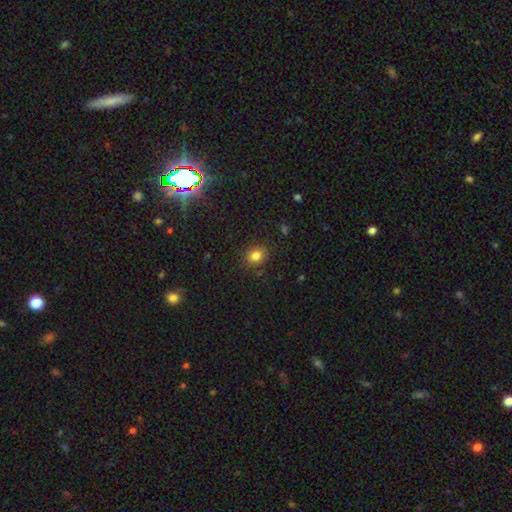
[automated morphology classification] type=smooth (81%); roundness=round (69%); merging=none (85%).